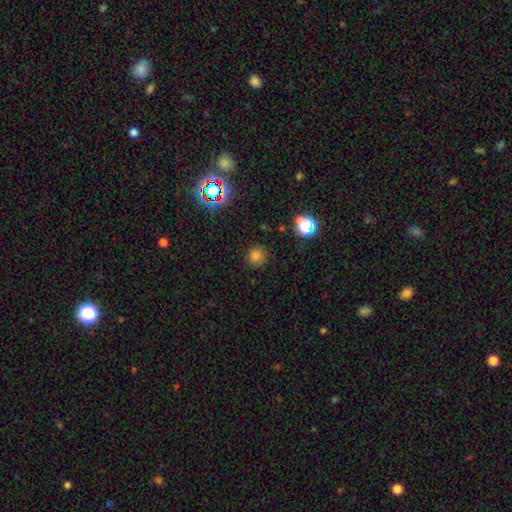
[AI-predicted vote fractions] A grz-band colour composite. It shows a smooth galaxy with no disk features (76%) that is round (93%). Merging: none (87%).